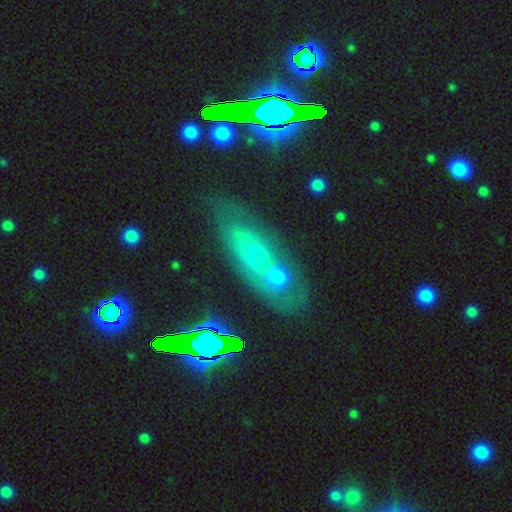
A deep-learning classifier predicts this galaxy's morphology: Smooth or featured: smooth — 43% (star or artifact — 31%)
Merging: none — 54% (merger — 28%)